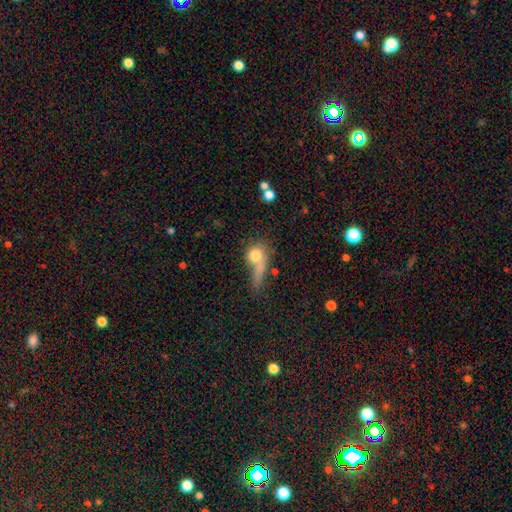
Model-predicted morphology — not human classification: A smooth galaxy with no disk features (71%) that is round (56%).

Vote fractions:
- Smooth or featured? smooth: 71% / featured or disk: 18% / star or artifact: 11%
- How rounded? round: 56% / in between: 34% / cigar-shaped: 10%
- Merging? major disturbance: 32% / merger: 29% / none: 24% / minor disturbance: 16%